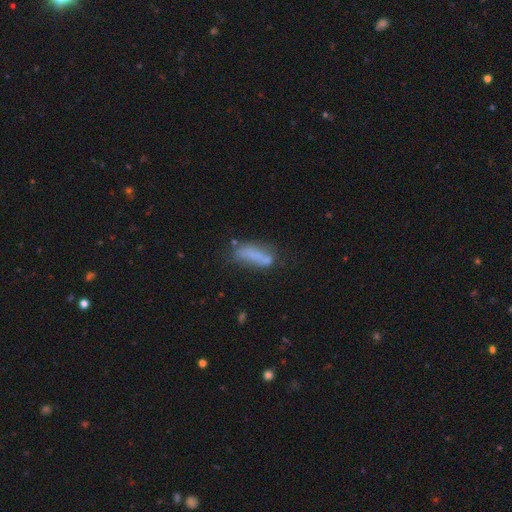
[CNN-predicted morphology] A smooth galaxy with no disk features (63%) that is cigar-shaped (49%). Merging: none (45%).